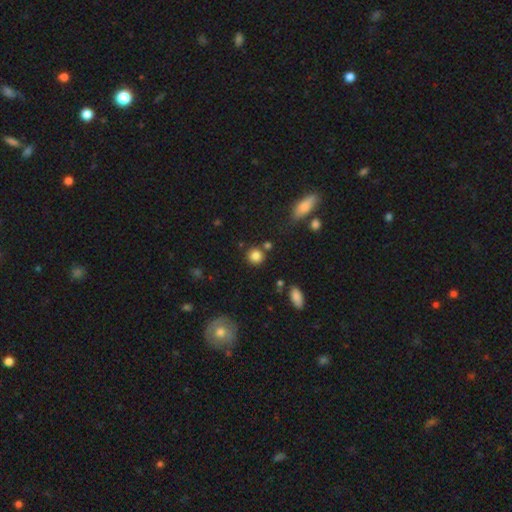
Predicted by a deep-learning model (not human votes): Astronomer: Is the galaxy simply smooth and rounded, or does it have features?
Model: smooth — 83%.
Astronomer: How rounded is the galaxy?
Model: round — 89%.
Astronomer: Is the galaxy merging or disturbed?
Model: none — 81%.